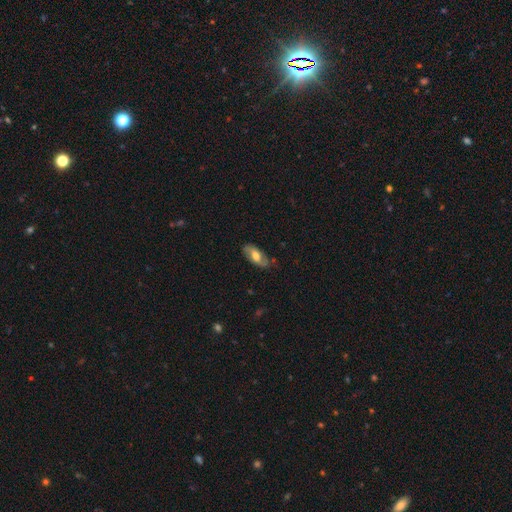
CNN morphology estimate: featured or disk 53%, smooth 41%, star or artifact 6%. Down the decision tree: edge-on disk — no (88%); merging — none (77%).